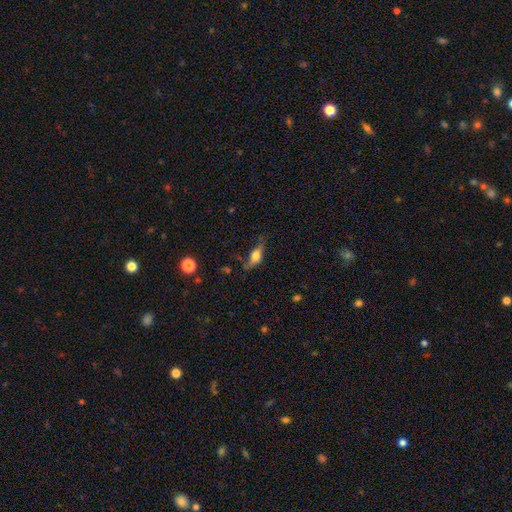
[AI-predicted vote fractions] Overall: smooth (49%; featured or disk 42%). Merging: none (50%; minor disturbance 28%).